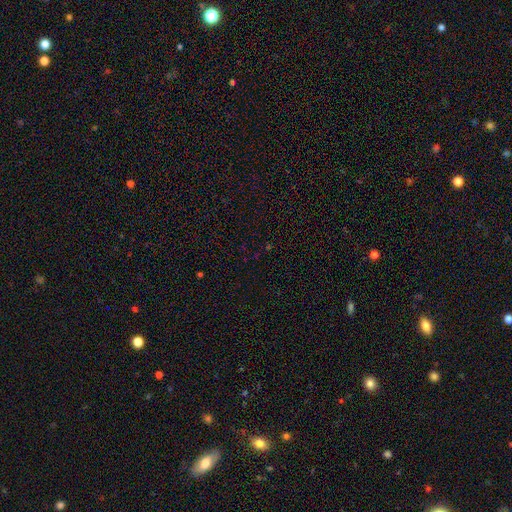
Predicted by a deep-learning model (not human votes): Q: Smooth or featured?
A: star or artifact (66%); runner-up: smooth (26%)